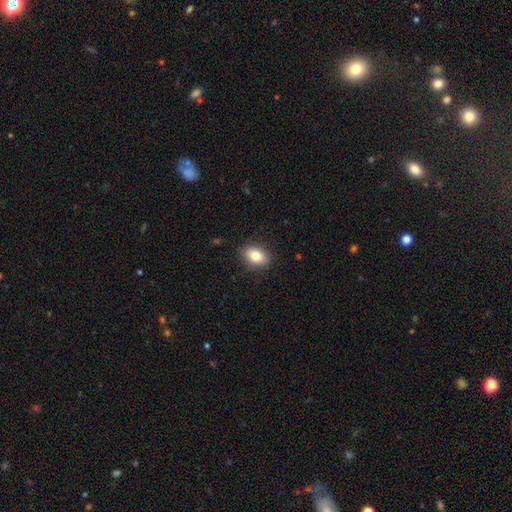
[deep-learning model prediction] smooth_or_featured: smooth (p=0.82) [alt: featured or disk p=0.10]
how_rounded: in between (p=0.79) [alt: round p=0.19]
merging: none (p=0.88) [alt: minor disturbance p=0.09]